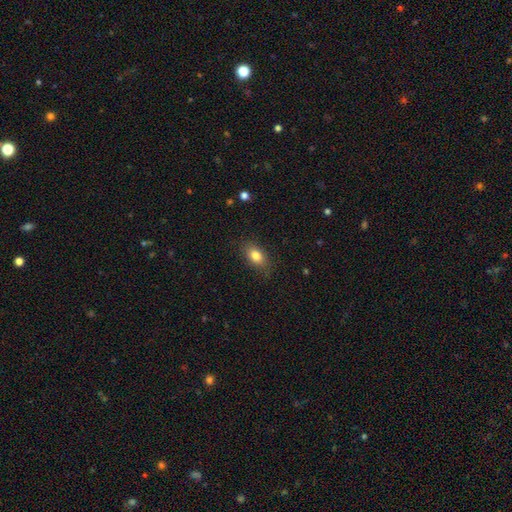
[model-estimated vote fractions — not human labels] The model was most divided on "merging": none: 83%, minor disturbance: 13%, major disturbance: 3%, merger: 1%. More confident: how rounded — in between (85%); smooth or featured — smooth (82%).